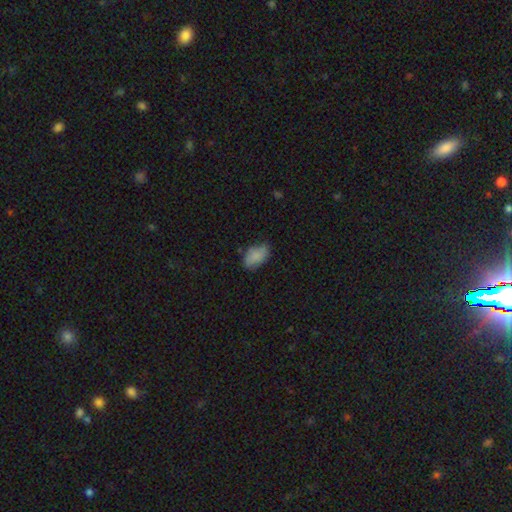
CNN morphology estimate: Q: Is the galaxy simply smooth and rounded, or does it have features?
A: smooth — 82%.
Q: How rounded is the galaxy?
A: in between — 92%.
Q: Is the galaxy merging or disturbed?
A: none — 66%.